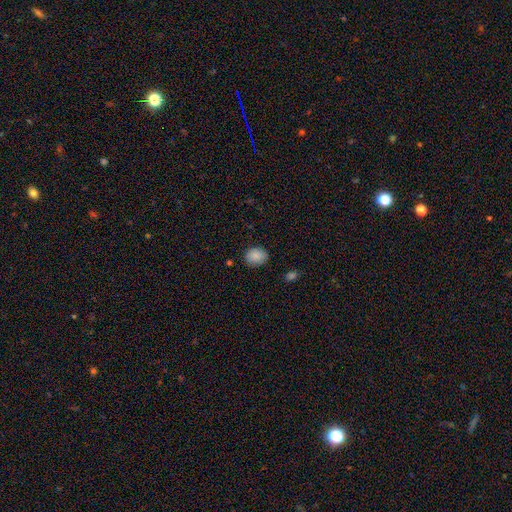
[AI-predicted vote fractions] Q: Smooth or featured?
A: smooth (87%); runner-up: star or artifact (8%)
Q: How rounded?
A: round (56%); runner-up: in between (43%)
Q: Merging?
A: none (83%); runner-up: minor disturbance (13%)